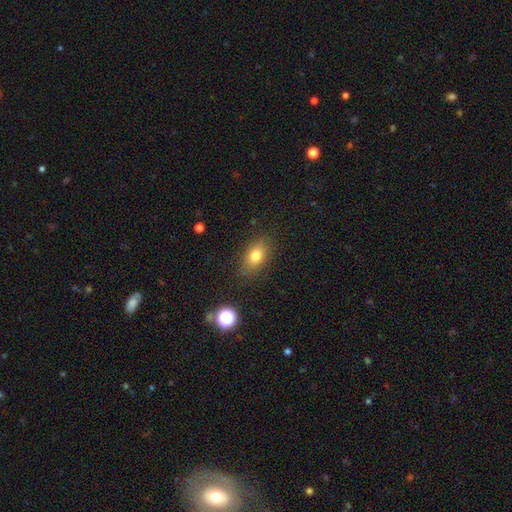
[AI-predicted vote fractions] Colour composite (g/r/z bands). It shows a smooth galaxy with no disk features (78%) that is in between round and cigar-shaped (81%). Merging: none (83%).